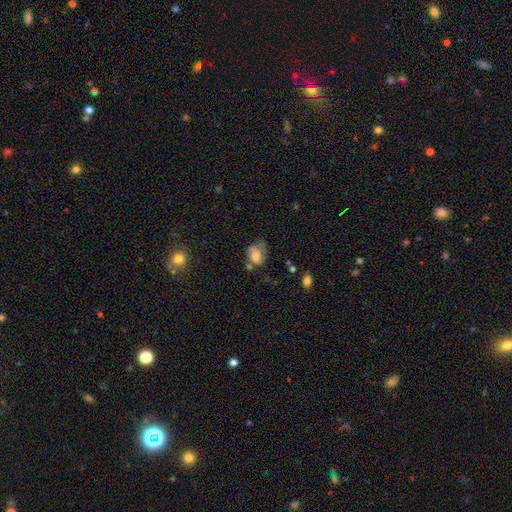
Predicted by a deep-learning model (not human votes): smooth_or_featured: smooth (p=0.67) [alt: featured or disk p=0.24]
how_rounded: in between (p=0.60) [alt: round p=0.39]
merging: none (p=0.38) [alt: minor disturbance p=0.33]